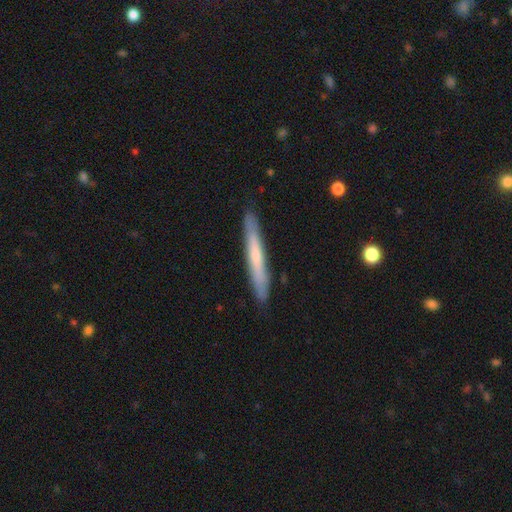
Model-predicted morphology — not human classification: Smooth or featured?
  - smooth: 54% *
  - featured or disk: 41%
  - star or artifact: 5%
How rounded?
  - cigar-shaped: 96% *
  - in between: 3%
  - round: 1%
Merging?
  - none: 89% *
  - minor disturbance: 8%
  - major disturbance: 2%
  - merger: 1%